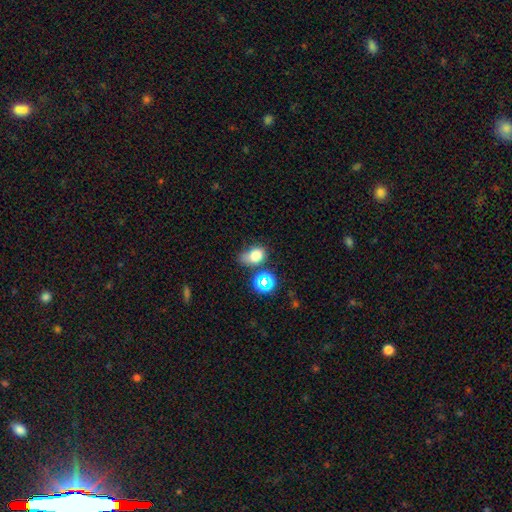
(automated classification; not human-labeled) smooth-or-featured: smooth: 73% | star or artifact: 17% | featured or disk: 10%
  how-rounded: in between: 70% | round: 28% | cigar-shaped: 2%
  merging: none: 47% | minor disturbance: 27% | merger: 13% | major disturbance: 13%